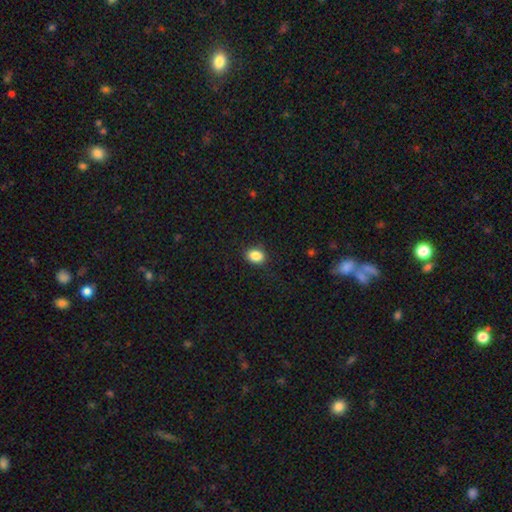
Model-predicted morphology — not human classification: Overall: smooth (86%). How rounded: in between (62%; round 37%). Merging: none (88%).